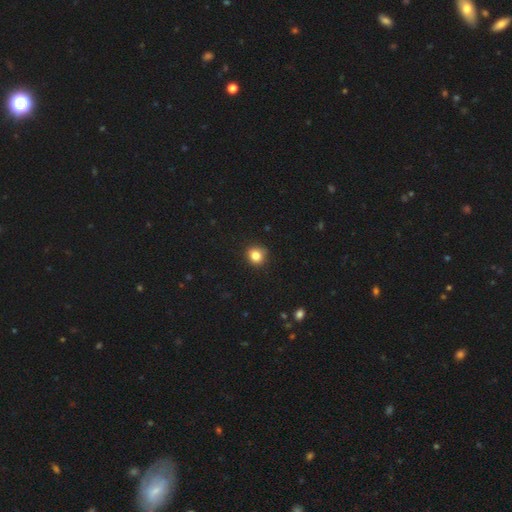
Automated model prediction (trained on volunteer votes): smooth_or_featured: smooth (p=0.84) [alt: star or artifact p=0.11]
how_rounded: round (p=0.86) [alt: in between p=0.13]
merging: none (p=0.87) [alt: minor disturbance p=0.10]